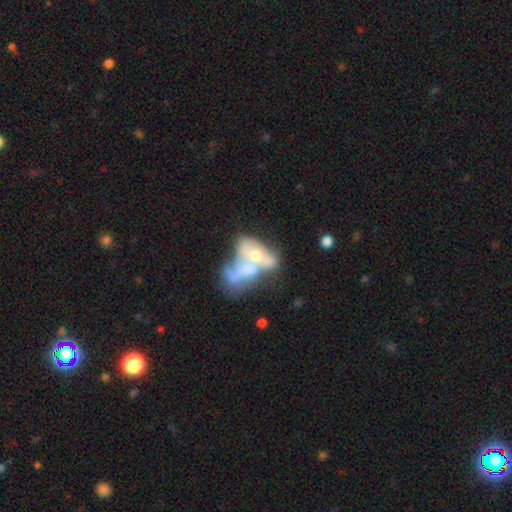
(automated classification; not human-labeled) A featured or disk galaxy (52%). Merging: merger (72%).